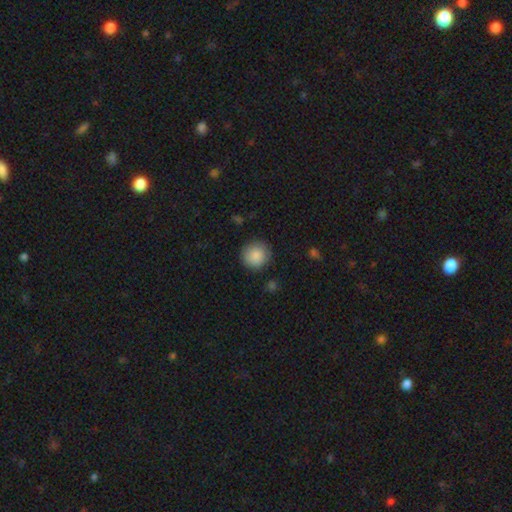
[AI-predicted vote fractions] Smooth or featured? smooth (88%)
How rounded? round (93%)
Merging? none (87%)